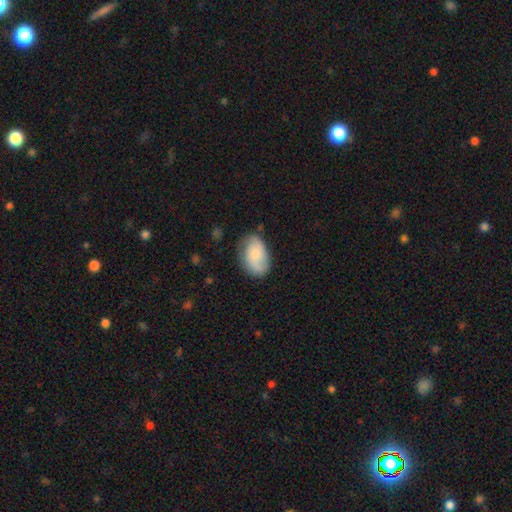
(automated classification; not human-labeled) This appears to be a smooth galaxy with no disk features (63%) that is in between round and cigar-shaped (86%). Merging: none (66%).